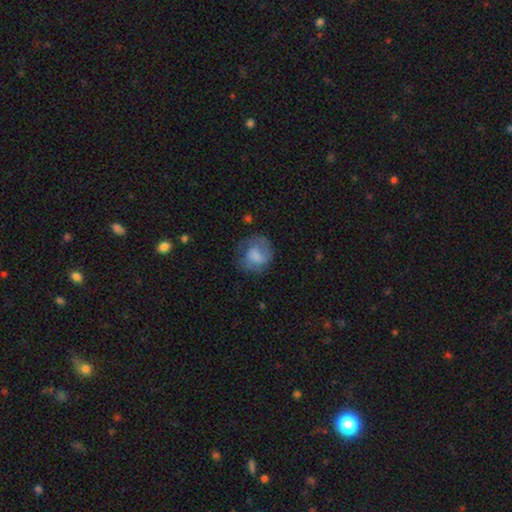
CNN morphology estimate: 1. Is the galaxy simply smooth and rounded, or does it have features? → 56% smooth, 35% featured or disk, 8% star or artifact.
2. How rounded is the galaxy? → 73% round, 26% in between, 1% cigar-shaped.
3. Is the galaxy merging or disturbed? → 52% none, 24% minor disturbance, 22% major disturbance, 2% merger.